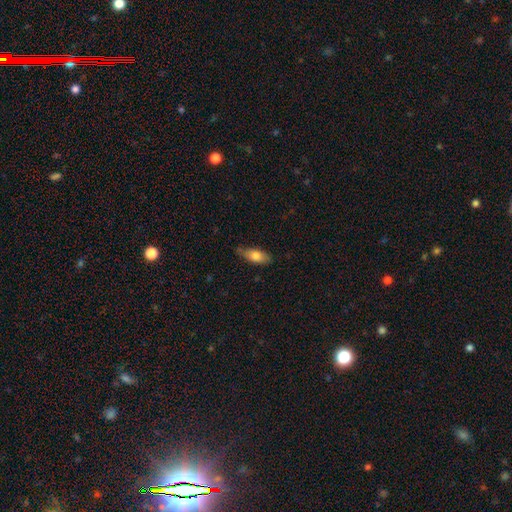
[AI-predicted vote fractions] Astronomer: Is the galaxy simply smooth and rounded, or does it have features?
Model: smooth — 74%.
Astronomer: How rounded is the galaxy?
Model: in between — 78%.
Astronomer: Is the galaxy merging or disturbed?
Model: none — 70%.